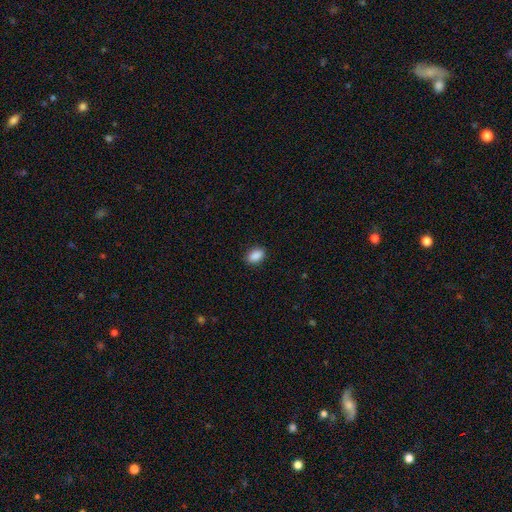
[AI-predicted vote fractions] Q: Smooth or featured?
A: smooth (90%); runner-up: star or artifact (8%)
Q: How rounded?
A: in between (87%); runner-up: round (12%)
Q: Merging?
A: none (89%); runner-up: minor disturbance (8%)